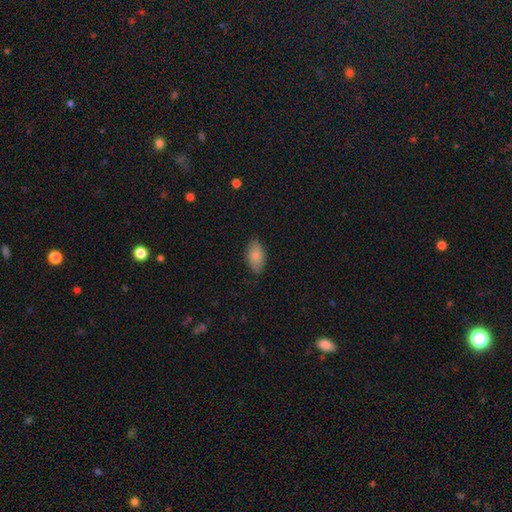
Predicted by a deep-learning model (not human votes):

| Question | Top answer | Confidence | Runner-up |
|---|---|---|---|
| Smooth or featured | smooth | 85% | featured or disk (8%) |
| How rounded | in between | 94% | round (4%) |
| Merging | none | 80% | minor disturbance (16%) |